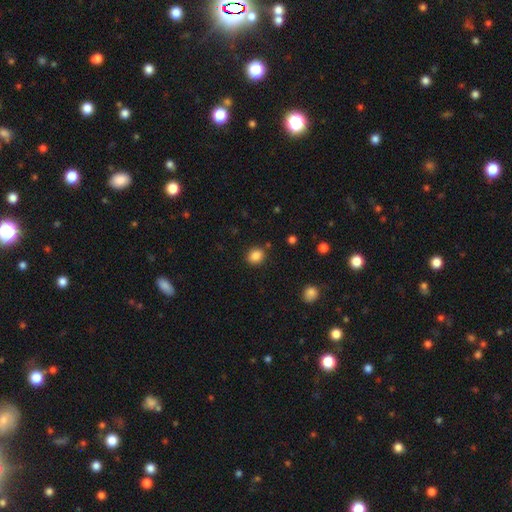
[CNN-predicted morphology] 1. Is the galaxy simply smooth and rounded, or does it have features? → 86% smooth, 10% star or artifact, 4% featured or disk.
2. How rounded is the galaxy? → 53% round, 46% in between, 1% cigar-shaped.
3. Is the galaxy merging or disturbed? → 85% none, 10% minor disturbance, 3% merger, 3% major disturbance.